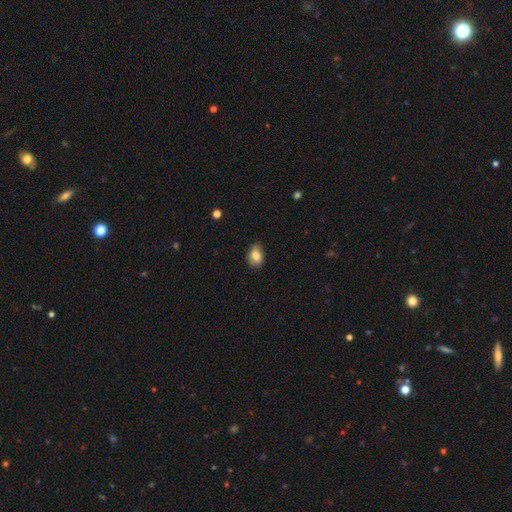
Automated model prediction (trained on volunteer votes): Smooth or featured? Predicted: smooth (p=0.84). How rounded? Predicted: in between (p=0.80). Merging? Predicted: none (p=0.80).